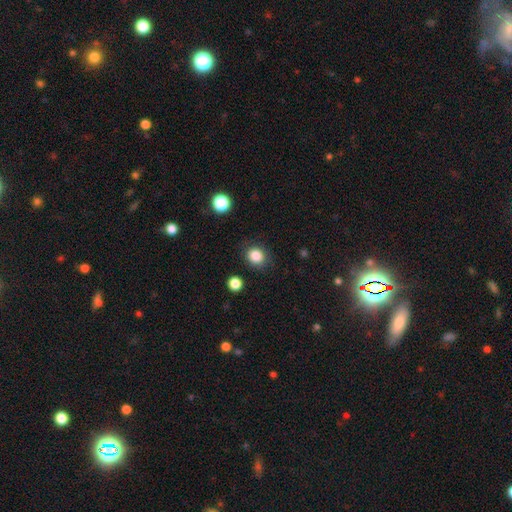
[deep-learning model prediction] Smooth or featured? Predicted: smooth (p=0.85). How rounded? Predicted: round (p=0.79). Merging? Predicted: none (p=0.85).